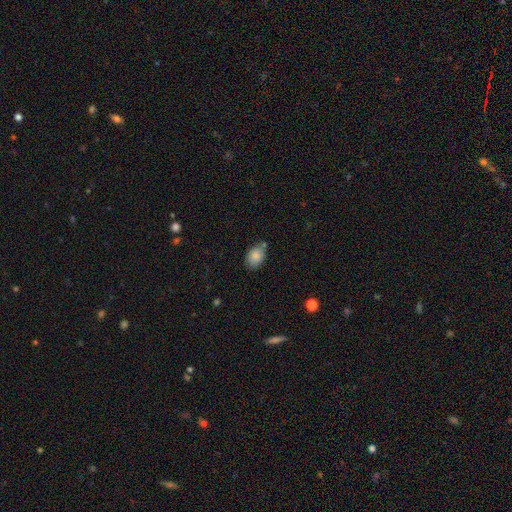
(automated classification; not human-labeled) A smooth galaxy with no disk features (85%) that is in between round and cigar-shaped (81%).

Vote fractions:
- Smooth or featured? smooth: 85% / star or artifact: 8% / featured or disk: 7%
- How rounded? in between: 81% / round: 17% / cigar-shaped: 1%
- Merging? none: 70% / minor disturbance: 18% / merger: 9% / major disturbance: 4%